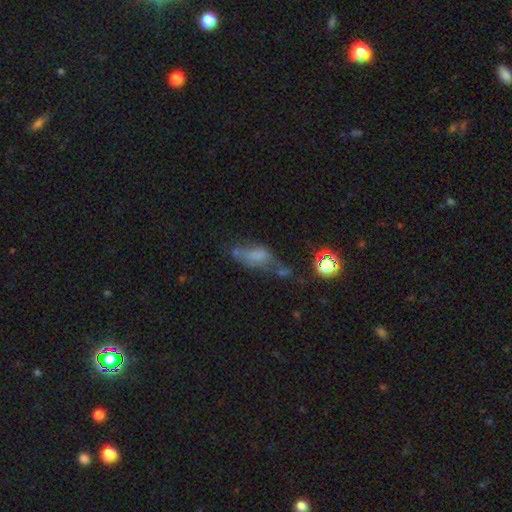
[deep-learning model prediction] smooth-or-featured: smooth: 50% | featured or disk: 32% | star or artifact: 18%
  how-rounded: in between: 74% | cigar-shaped: 19% | round: 6%
  merging: none: 30% | major disturbance: 26% | minor disturbance: 24% | merger: 19%